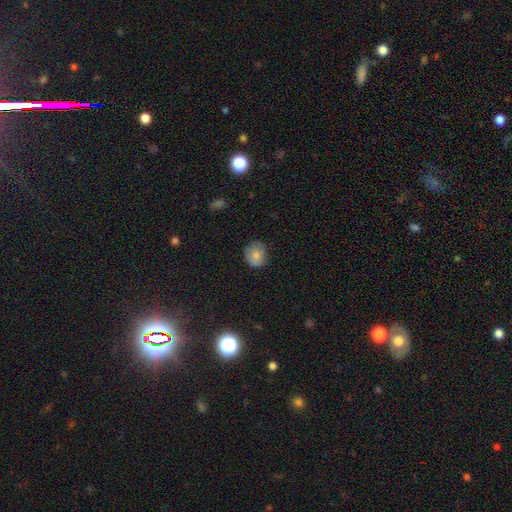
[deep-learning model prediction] This is likely a smooth galaxy (76%). How rounded: likely round (73%). Merging: likely none (74%).